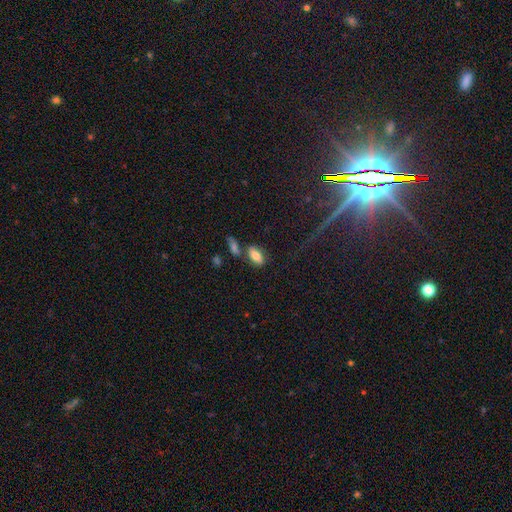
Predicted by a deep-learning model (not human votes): Smooth or featured?
  - smooth: 76% *
  - featured or disk: 15%
  - star or artifact: 9%
How rounded?
  - in between: 89% *
  - cigar-shaped: 6%
  - round: 5%
Merging?
  - none: 60% *
  - merger: 21%
  - minor disturbance: 14%
  - major disturbance: 5%